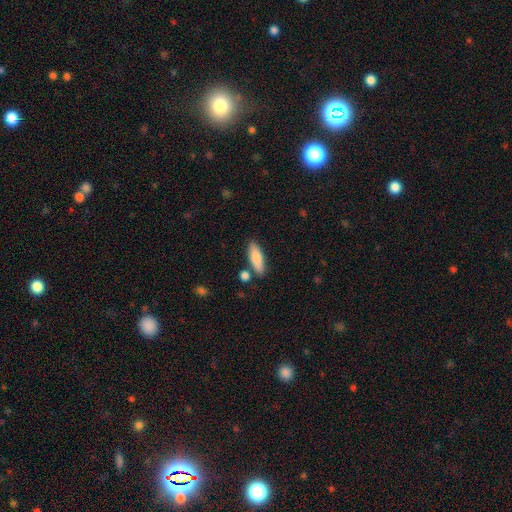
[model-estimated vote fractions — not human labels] Q: Smooth or featured?
A: smooth (84%); runner-up: featured or disk (10%)
Q: How rounded?
A: in between (58%); runner-up: cigar-shaped (39%)
Q: Merging?
A: none (78%); runner-up: minor disturbance (12%)